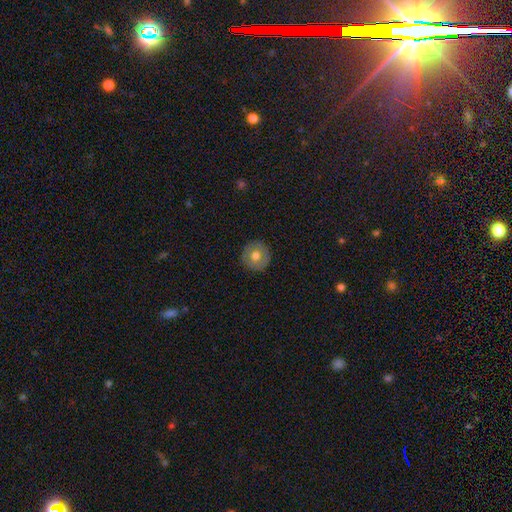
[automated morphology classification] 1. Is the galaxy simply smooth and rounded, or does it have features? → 68% smooth, 24% featured or disk, 8% star or artifact.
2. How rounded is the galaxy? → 94% round, 5% in between, 1% cigar-shaped.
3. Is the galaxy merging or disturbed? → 90% none, 7% minor disturbance, 2% major disturbance, 1% merger.